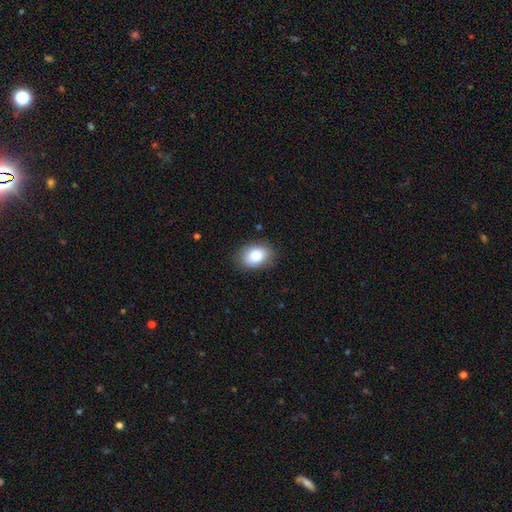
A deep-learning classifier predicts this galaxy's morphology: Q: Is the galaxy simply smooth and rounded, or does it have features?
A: smooth — 85%.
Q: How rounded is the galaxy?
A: in between — 80%.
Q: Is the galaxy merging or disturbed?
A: none — 82%.